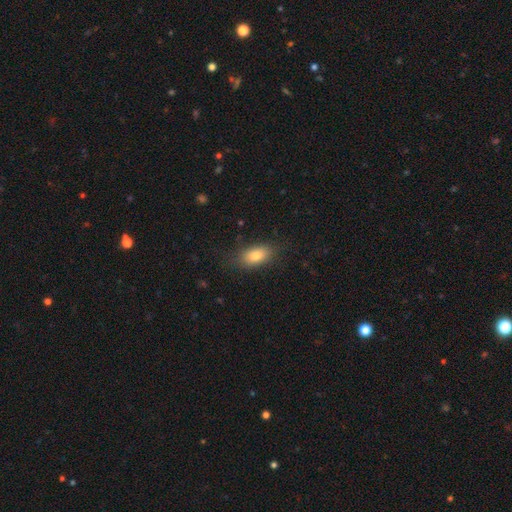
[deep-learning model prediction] Overall: smooth (80%). How rounded: in between (87%). Merging: none (80%).